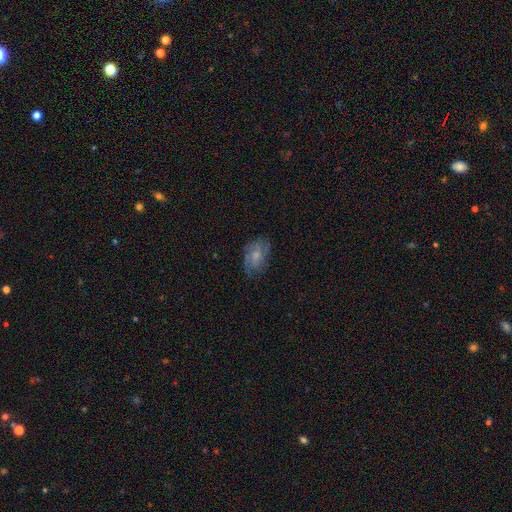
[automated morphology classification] smooth-or-featured: featured or disk: 54% | smooth: 38% | star or artifact: 8%
  disk-edge-on: no: 96% | yes: 4%
    bar: no: 67% | weak: 29% | strong: 4%
    has-spiral-arms: yes: 81% | no: 19%
    bulge-size: small: 49% | moderate: 37% | none: 10% | large: 3% | dominant: 1%
  merging: none: 69% | minor disturbance: 21% | major disturbance: 8% | merger: 1%